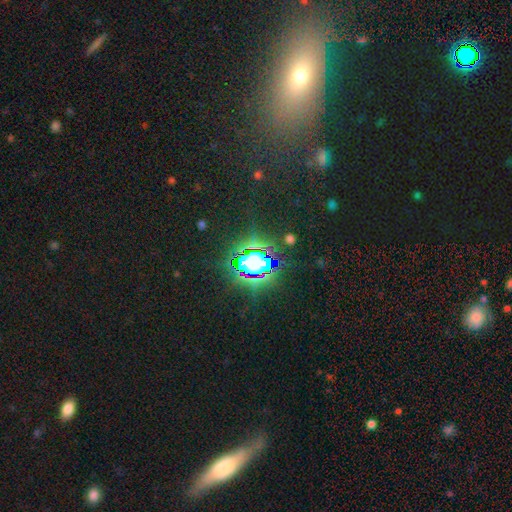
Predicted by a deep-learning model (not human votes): star or artifact 75%, smooth 16%, featured or disk 9%.